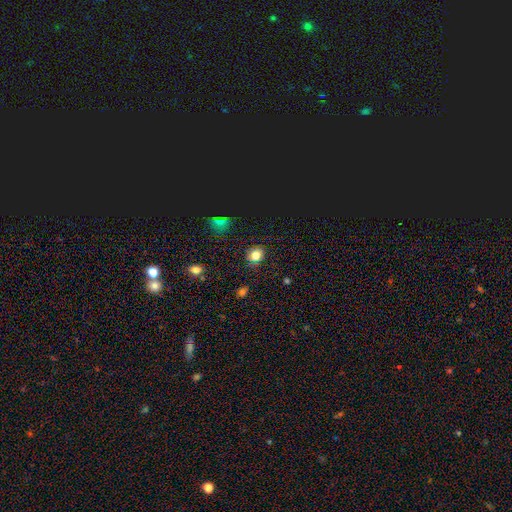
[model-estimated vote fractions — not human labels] A smooth galaxy with no disk features (77%) that is round (71%).

Vote fractions:
- Smooth or featured? smooth: 77% / star or artifact: 17% / featured or disk: 6%
- How rounded? round: 71% / in between: 28% / cigar-shaped: 1%
- Merging? none: 86% / minor disturbance: 9% / major disturbance: 3% / merger: 2%